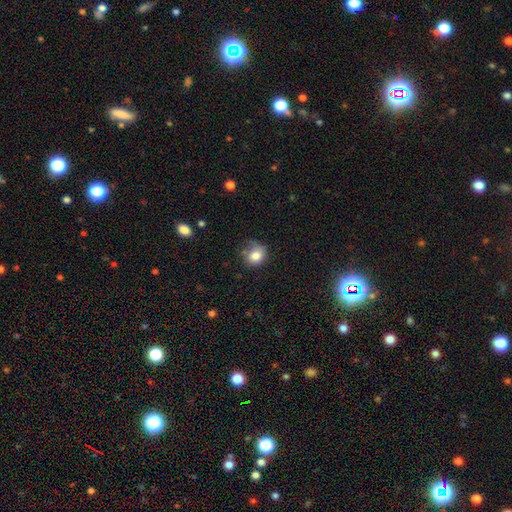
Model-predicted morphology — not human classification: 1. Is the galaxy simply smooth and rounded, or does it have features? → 81% smooth, 10% star or artifact, 8% featured or disk.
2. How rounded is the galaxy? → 74% round, 25% in between, 1% cigar-shaped.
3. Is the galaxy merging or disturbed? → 55% none, 31% minor disturbance, 10% major disturbance, 4% merger.